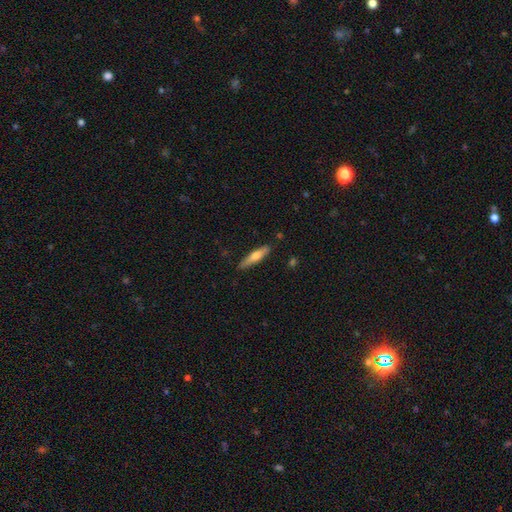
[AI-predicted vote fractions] This is possibly a smooth galaxy (55%). How rounded: clearly cigar-shaped (81%). Merging: clearly none (87%).